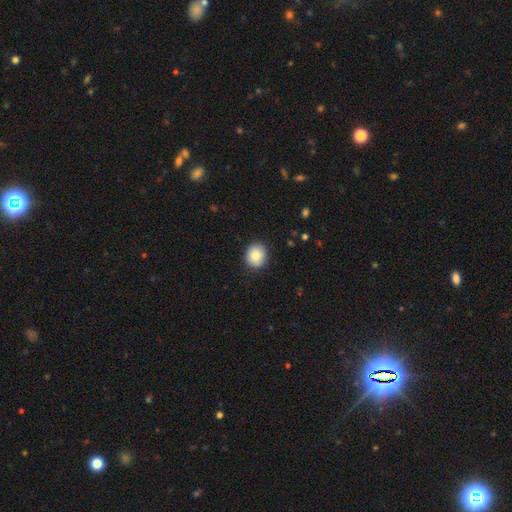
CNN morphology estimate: type=smooth (84%); roundness=round (80%); merging=none (89%).